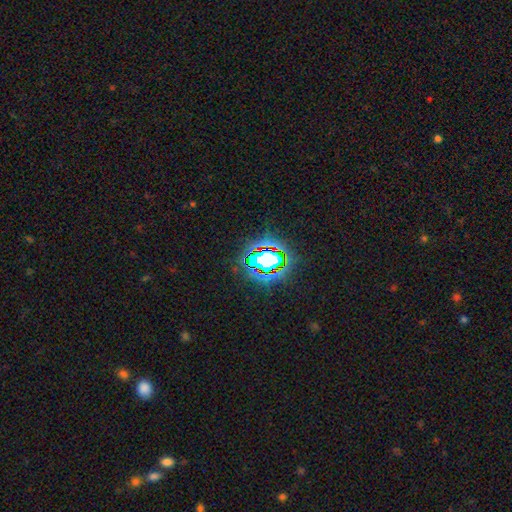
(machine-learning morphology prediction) Smooth or featured? Predicted: star or artifact (p=0.66).